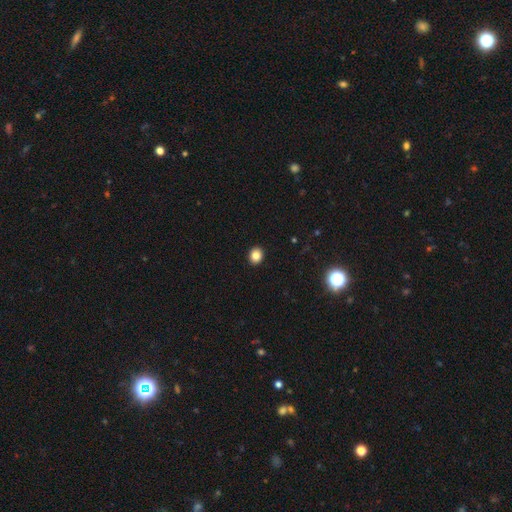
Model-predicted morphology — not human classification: smooth_or_featured: smooth (p=0.84) [alt: star or artifact p=0.11]
how_rounded: round (p=0.66) [alt: in between p=0.34]
merging: none (p=0.92) [alt: minor disturbance p=0.05]